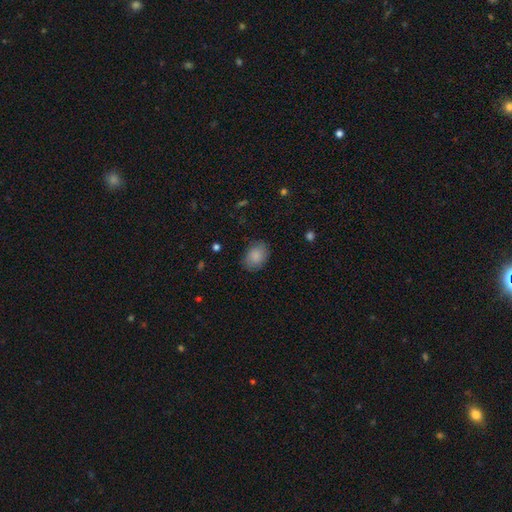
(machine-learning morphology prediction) Smooth or featured?
  - smooth: 87% *
  - star or artifact: 7%
  - featured or disk: 7%
How rounded?
  - in between: 73% *
  - round: 26%
  - cigar-shaped: 1%
Merging?
  - none: 83% *
  - minor disturbance: 13%
  - major disturbance: 3%
  - merger: 1%